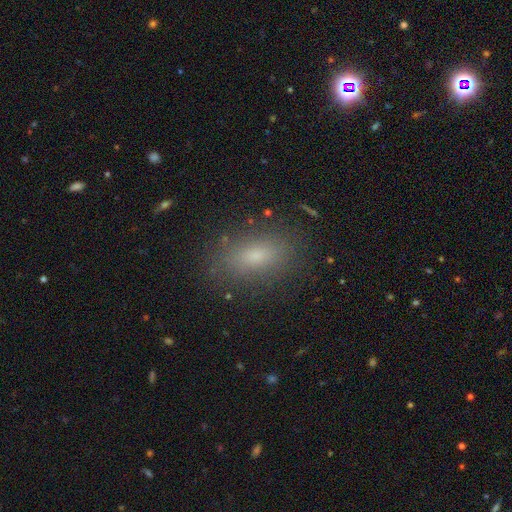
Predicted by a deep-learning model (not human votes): Smooth or featured? smooth (77%)
How rounded? in between (82%)
Merging? none (84%)